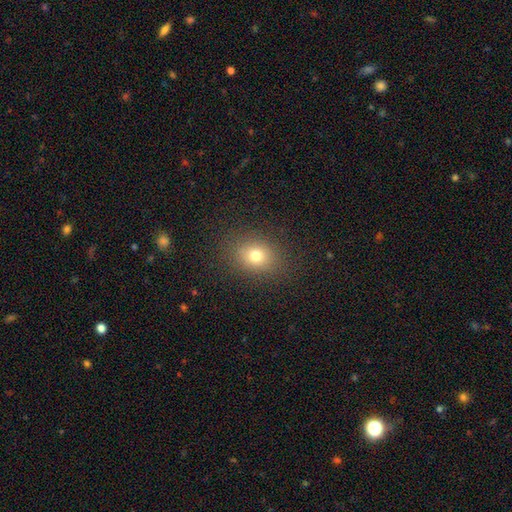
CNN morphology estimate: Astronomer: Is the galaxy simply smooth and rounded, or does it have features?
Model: smooth — 74%.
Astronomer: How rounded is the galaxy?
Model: round — 54% (runner-up: in between, 45%).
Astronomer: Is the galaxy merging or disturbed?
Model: none — 85%.